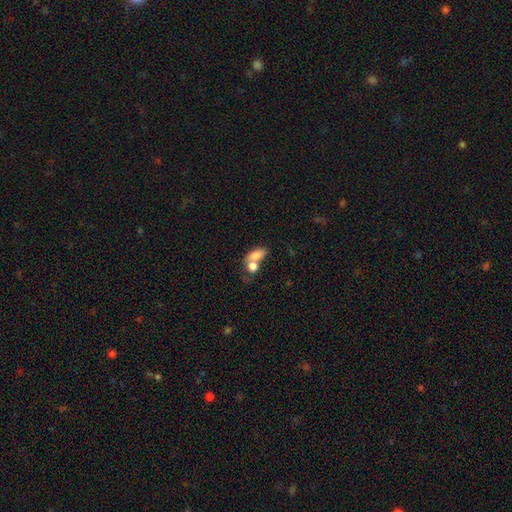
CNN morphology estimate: This appears to be a smooth galaxy with no disk features (77%) that is in between round and cigar-shaped (78%). Merging: merger (55%).